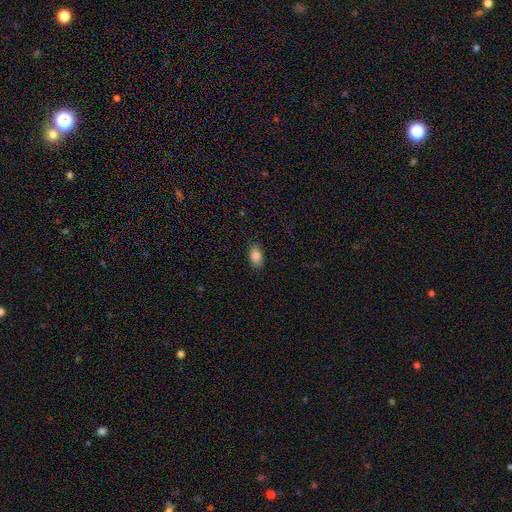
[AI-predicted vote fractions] This is clearly a smooth galaxy (84%). How rounded: clearly in between (92%). Merging: clearly none (88%).